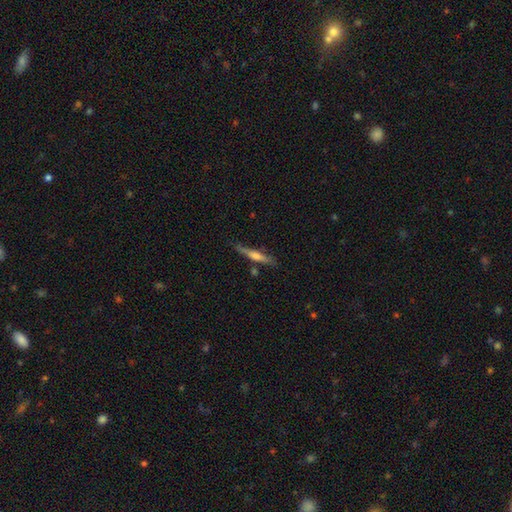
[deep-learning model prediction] Smooth or featured? featured or disk (58%)
Edge-on disk? yes (96%)
Edge-on bulge? rounded (67%)
Merging? none (81%)